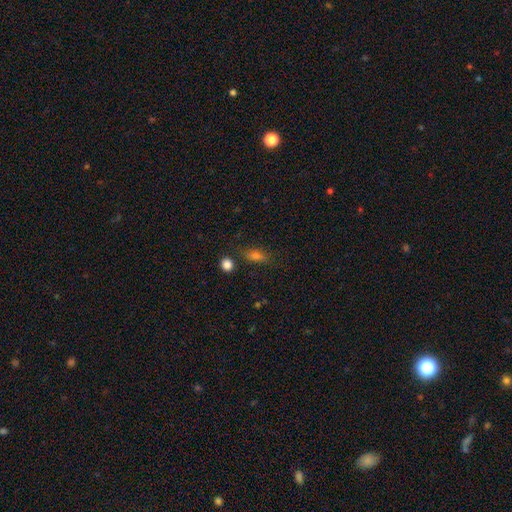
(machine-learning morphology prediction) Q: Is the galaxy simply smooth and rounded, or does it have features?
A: smooth — 68%.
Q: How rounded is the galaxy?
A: in between — 68%.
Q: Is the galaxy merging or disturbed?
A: none — 75%.